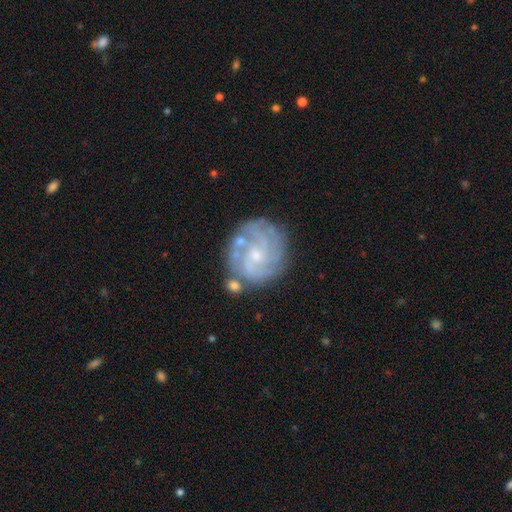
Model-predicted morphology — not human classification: Smooth or featured? featured or disk (83%)
Edge-on disk? no (98%)
Bar? no (64%)
Spiral arms? yes (95%)
Spiral winding? tight (66%)
Spiral arm count? 4 (27%)
Bulge size? small (70%)
Merging? none (74%)